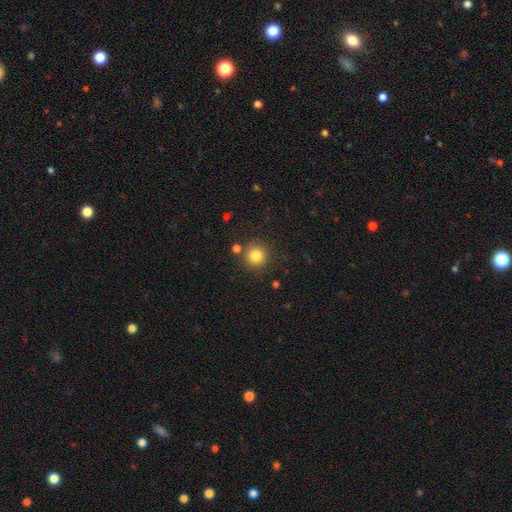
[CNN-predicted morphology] The model was most divided on "smooth or featured": smooth: 82%, star or artifact: 12%, featured or disk: 6%. More confident: how rounded — round (94%); merging — none (85%).